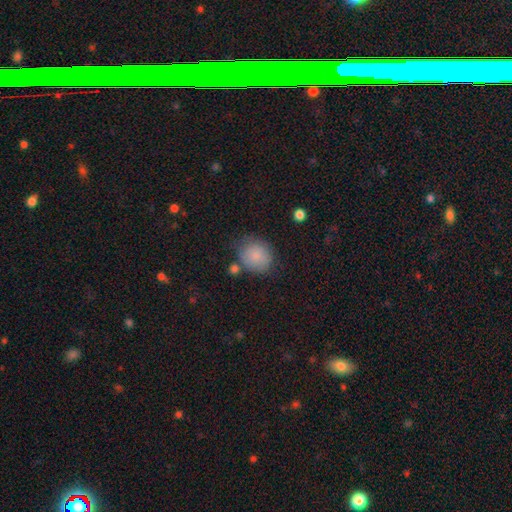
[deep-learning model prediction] Morphology: type=smooth (84%); roundness=round (76%); merging=none (67%).